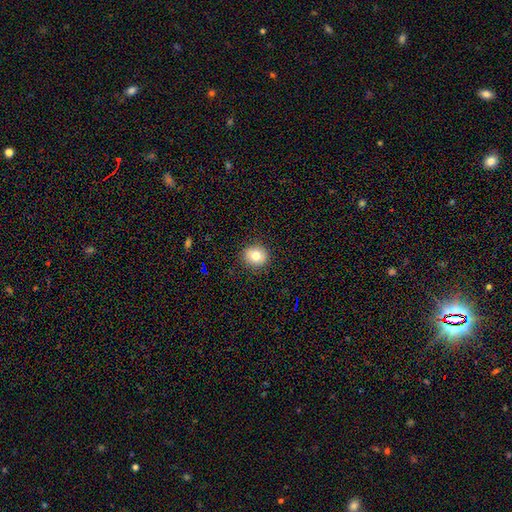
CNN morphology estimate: This appears to be a smooth galaxy with no disk features (78%) that is round (85%). Merging: none (90%).